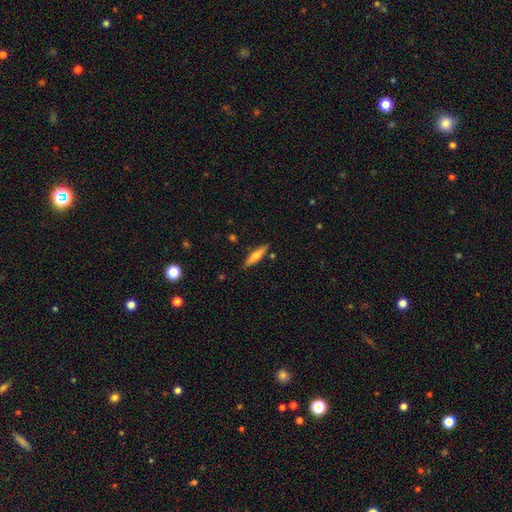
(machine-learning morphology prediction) smooth-or-featured: smooth: 61% | featured or disk: 33% | star or artifact: 6%
  how-rounded: cigar-shaped: 74% | in between: 24% | round: 2%
  merging: none: 85% | minor disturbance: 11% | merger: 3% | major disturbance: 2%